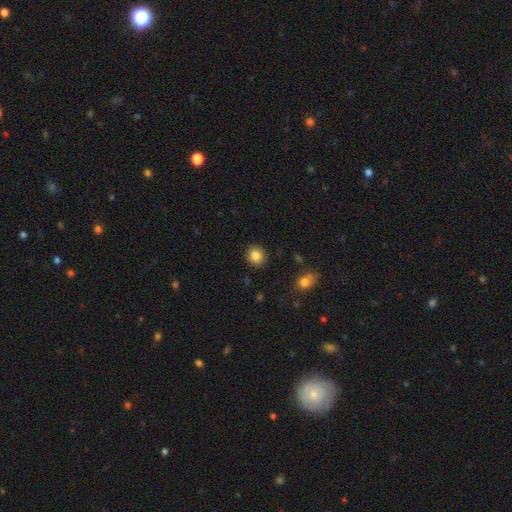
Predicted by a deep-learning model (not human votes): Smooth or featured: smooth — 84% (star or artifact — 10%)
How rounded: round — 88% (in between — 11%)
Merging: none — 92% (minor disturbance — 5%)